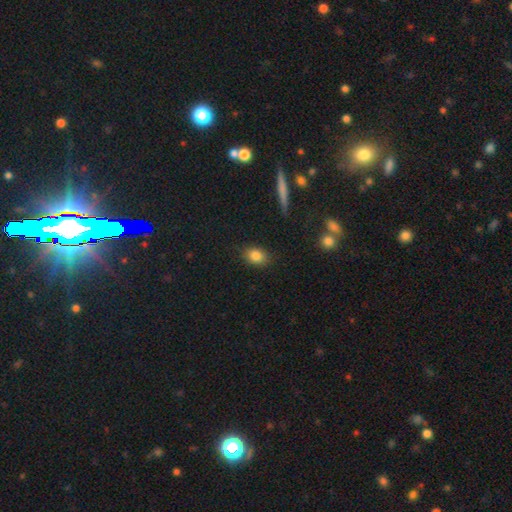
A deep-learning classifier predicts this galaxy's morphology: The model was most divided on "how rounded": in between: 67%, round: 31%, cigar-shaped: 2%. More confident: merging — none (85%); smooth or featured — smooth (83%).